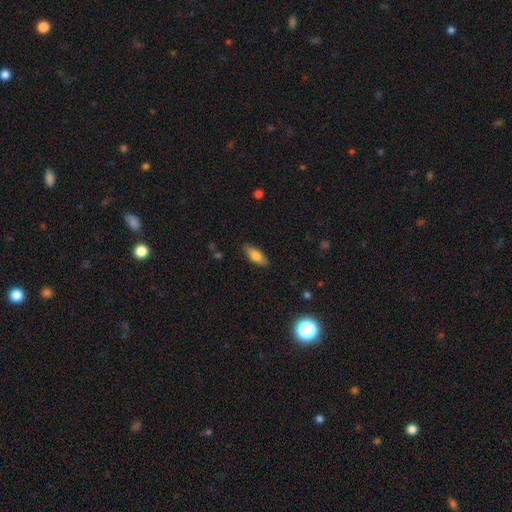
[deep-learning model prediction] smooth-or-featured: smooth: 76% | featured or disk: 17% | star or artifact: 7%
  how-rounded: in between: 75% | cigar-shaped: 22% | round: 3%
  merging: none: 85% | minor disturbance: 11% | major disturbance: 2% | merger: 1%